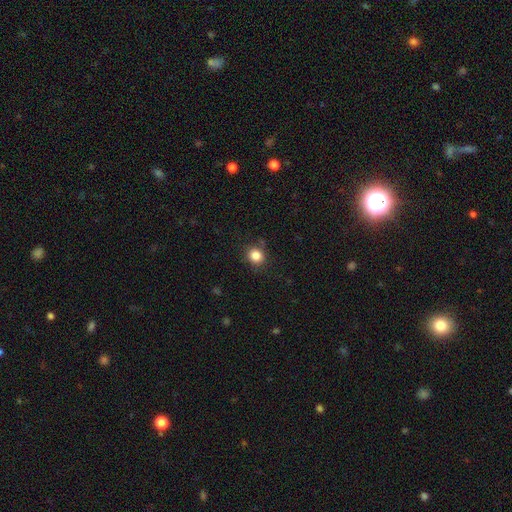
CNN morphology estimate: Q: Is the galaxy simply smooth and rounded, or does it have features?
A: smooth — 84%.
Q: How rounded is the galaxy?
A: round — 82%.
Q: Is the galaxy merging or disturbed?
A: none — 83%.